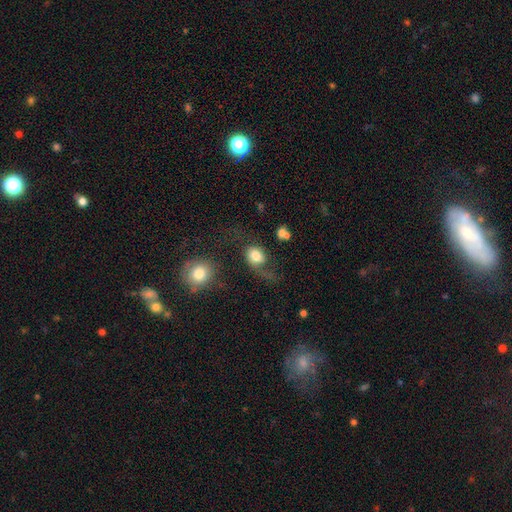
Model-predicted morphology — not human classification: Smooth or featured?
  - smooth: 67% *
  - featured or disk: 25%
  - star or artifact: 8%
How rounded?
  - in between: 52% *
  - round: 47%
  - cigar-shaped: 2%
Merging?
  - major disturbance: 37% *
  - none: 34%
  - minor disturbance: 20%
  - merger: 9%